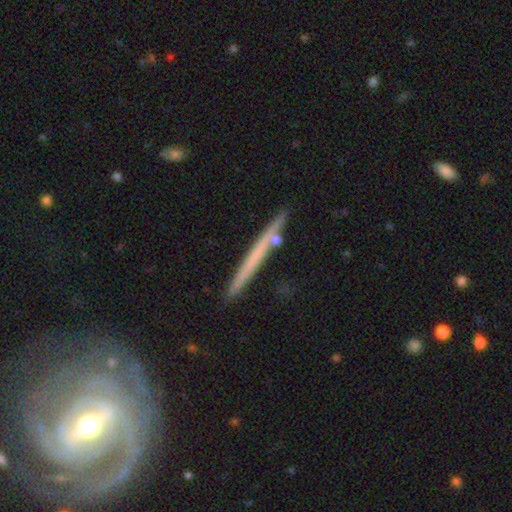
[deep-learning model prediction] Q: Smooth or featured?
A: featured or disk (49%); runner-up: smooth (44%)
Q: Merging?
A: none (86%); runner-up: minor disturbance (10%)